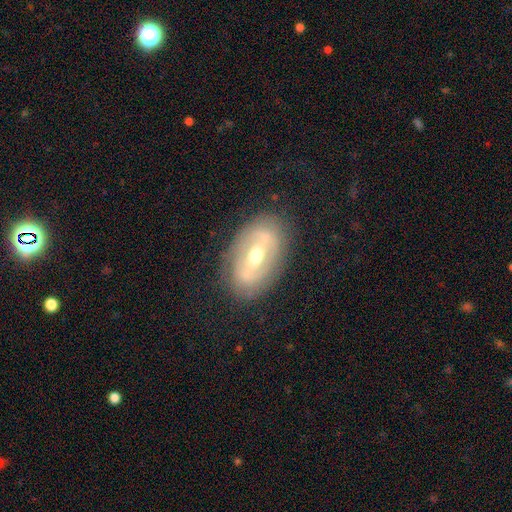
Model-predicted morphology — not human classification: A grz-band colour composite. It shows a featured or disk galaxy (70%) with a strong bar (39%), no spiral arms (55%) and a moderate central bulge (69%). Merging: none (79%).